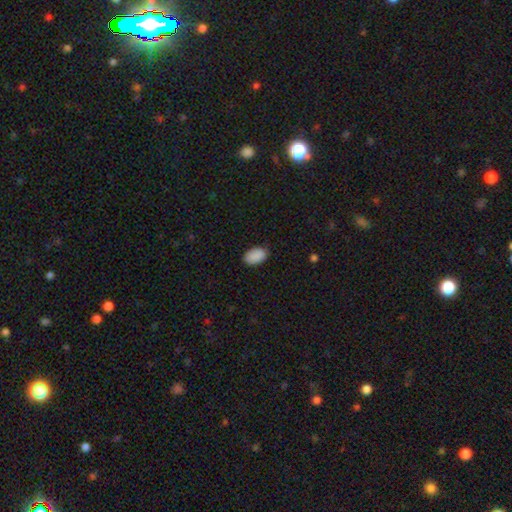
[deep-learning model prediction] Smooth or featured? Predicted: smooth (p=0.90). How rounded? Predicted: in between (p=0.92). Merging? Predicted: none (p=0.85).